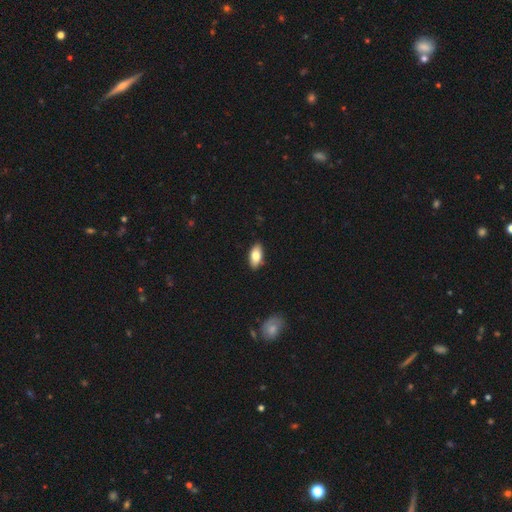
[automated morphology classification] smooth-or-featured: smooth: 80% | featured or disk: 14% | star or artifact: 6%
  how-rounded: in between: 91% | cigar-shaped: 6% | round: 3%
  merging: none: 88% | minor disturbance: 9% | major disturbance: 2% | merger: 1%